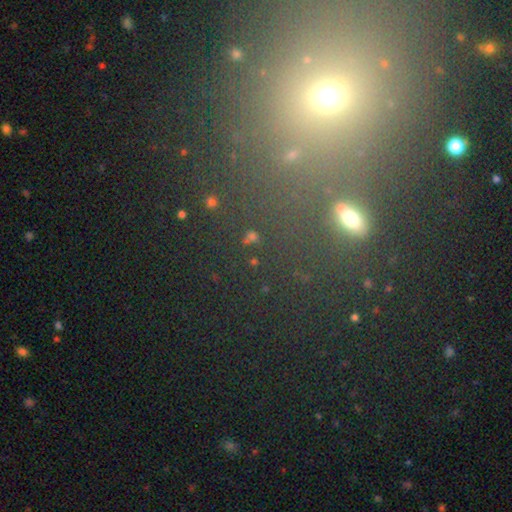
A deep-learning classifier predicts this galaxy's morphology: This is possibly a star or artifact rather than a galaxy (52%).